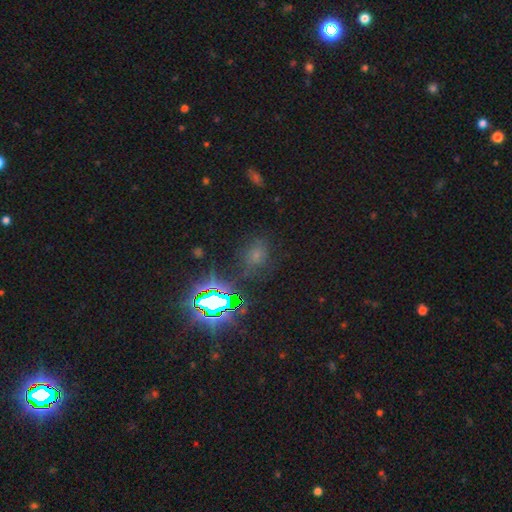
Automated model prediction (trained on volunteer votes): Smooth or featured?
  - star or artifact: 46% *
  - smooth: 42%
  - featured or disk: 12%